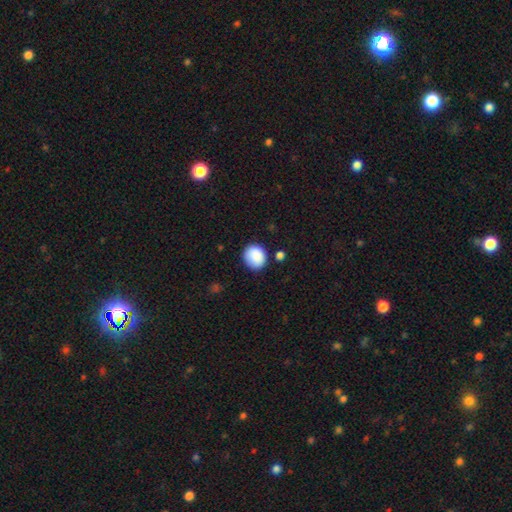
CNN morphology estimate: smooth-or-featured: smooth: 89% | star or artifact: 8% | featured or disk: 4%
  how-rounded: round: 80% | in between: 19% | cigar-shaped: 1%
  merging: none: 81% | minor disturbance: 12% | merger: 4% | major disturbance: 3%